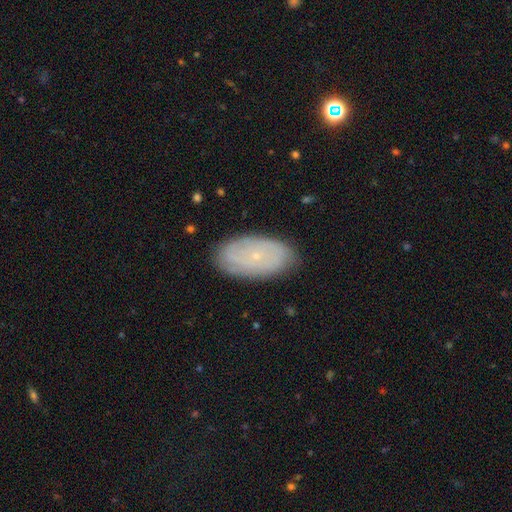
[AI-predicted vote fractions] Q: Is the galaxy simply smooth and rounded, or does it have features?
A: featured or disk — 52%.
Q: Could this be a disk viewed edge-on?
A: no — 92%.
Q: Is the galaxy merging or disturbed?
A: none — 85%.